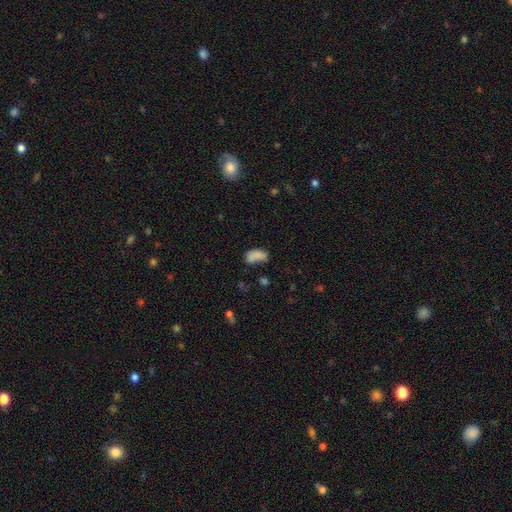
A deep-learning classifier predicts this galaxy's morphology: Q: Smooth or featured?
A: smooth (79%); runner-up: star or artifact (11%)
Q: How rounded?
A: in between (90%); runner-up: round (6%)
Q: Merging?
A: none (42%); runner-up: minor disturbance (28%)